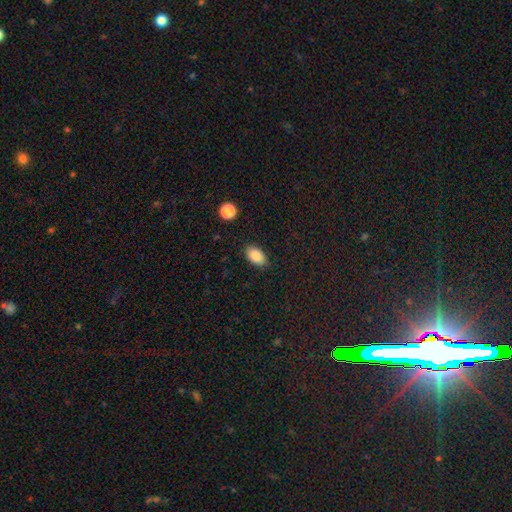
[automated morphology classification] smooth 87%, star or artifact 8%, featured or disk 5%. Down the decision tree: how rounded — in between (92%); merging — none (86%).